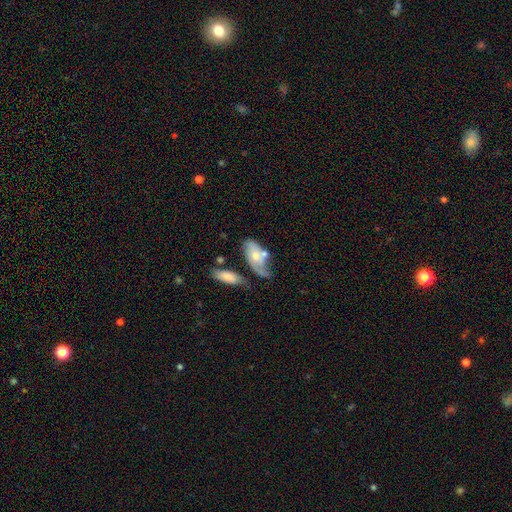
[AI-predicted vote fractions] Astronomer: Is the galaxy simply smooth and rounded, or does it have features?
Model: smooth — 47% (runner-up: featured or disk, 46%).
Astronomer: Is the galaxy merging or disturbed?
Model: none — 31% (runner-up: merger, 27%).